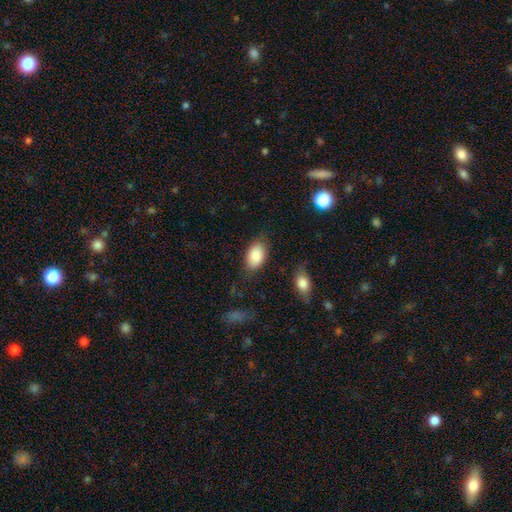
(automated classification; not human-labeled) smooth-or-featured: smooth: 86% | featured or disk: 7% | star or artifact: 7%
  how-rounded: in between: 91% | round: 7% | cigar-shaped: 2%
  merging: none: 74% | minor disturbance: 18% | major disturbance: 5% | merger: 3%